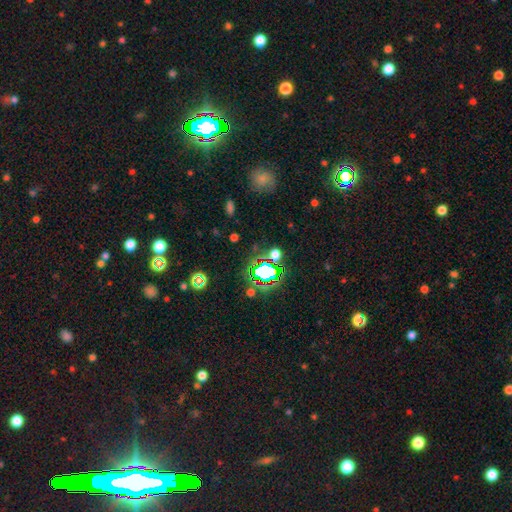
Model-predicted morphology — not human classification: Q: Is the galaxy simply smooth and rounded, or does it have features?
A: star or artifact — 79%.